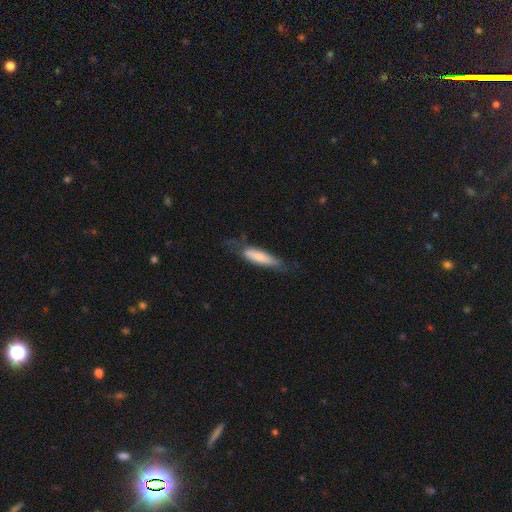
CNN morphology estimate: smooth_or_featured: smooth (p=0.58) [alt: featured or disk p=0.35]
how_rounded: cigar-shaped (p=0.77) [alt: in between p=0.22]
merging: none (p=0.62) [alt: minor disturbance p=0.25]